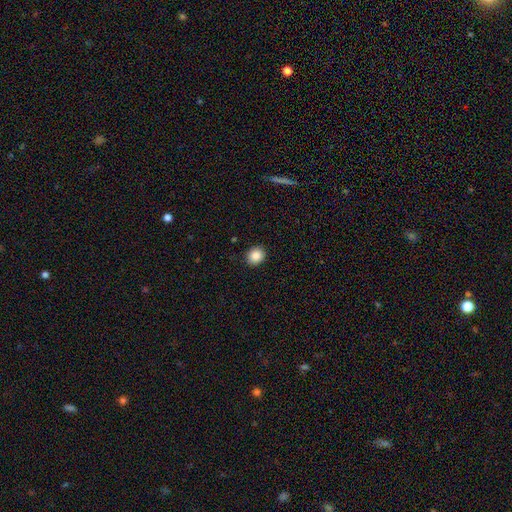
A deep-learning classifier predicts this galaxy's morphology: A smooth galaxy with no disk features (88%) that is round (72%). Merging: none (90%).